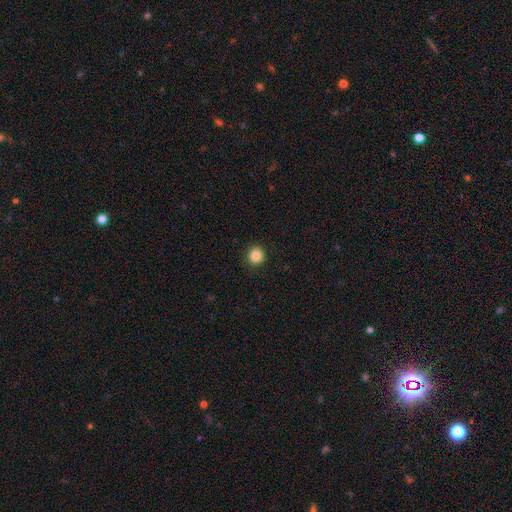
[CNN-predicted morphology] Overall: smooth (85%). How rounded: round (94%). Merging: none (92%).